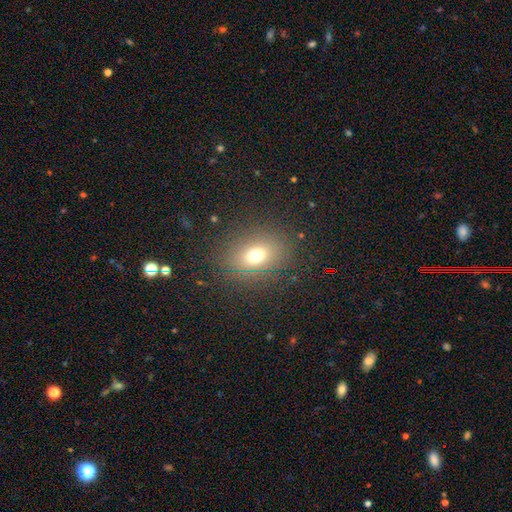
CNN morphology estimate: smooth_or_featured: smooth (p=0.68) [alt: star or artifact p=0.18]
how_rounded: in between (p=0.56) [alt: round p=0.43]
merging: none (p=0.84) [alt: minor disturbance p=0.09]